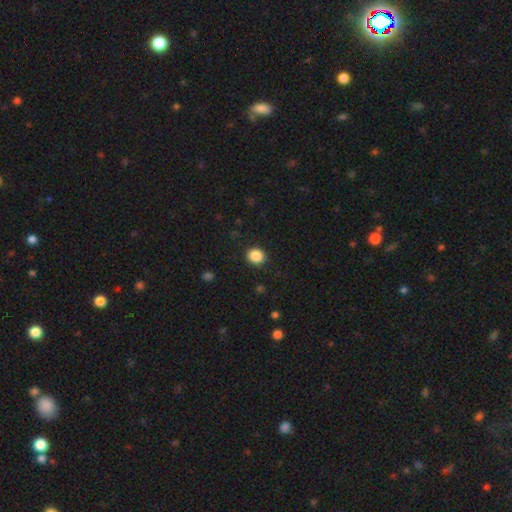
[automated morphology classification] Smooth or featured? smooth (87%)
How rounded? round (75%)
Merging? none (90%)